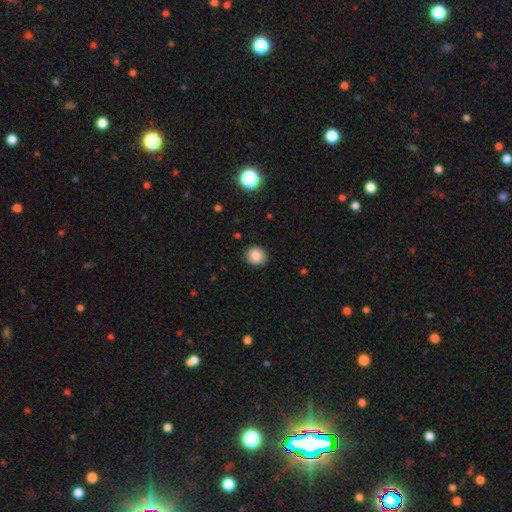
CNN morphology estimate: Smooth or featured? smooth (86%)
How rounded? round (79%)
Merging? none (88%)